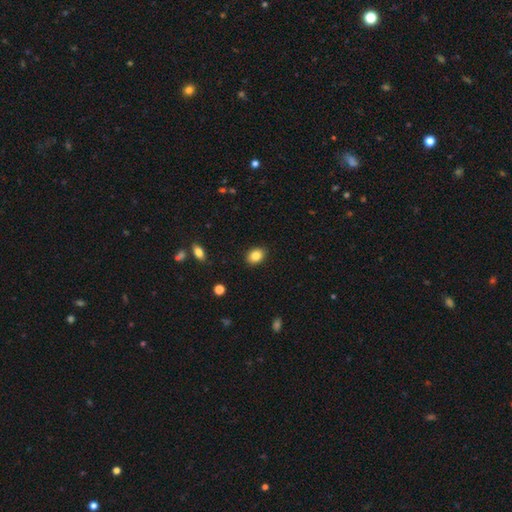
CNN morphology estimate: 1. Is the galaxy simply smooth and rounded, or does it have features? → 84% smooth, 9% star or artifact, 7% featured or disk.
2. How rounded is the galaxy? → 66% in between, 33% round, 1% cigar-shaped.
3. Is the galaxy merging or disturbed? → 89% none, 8% minor disturbance, 2% major disturbance, 1% merger.